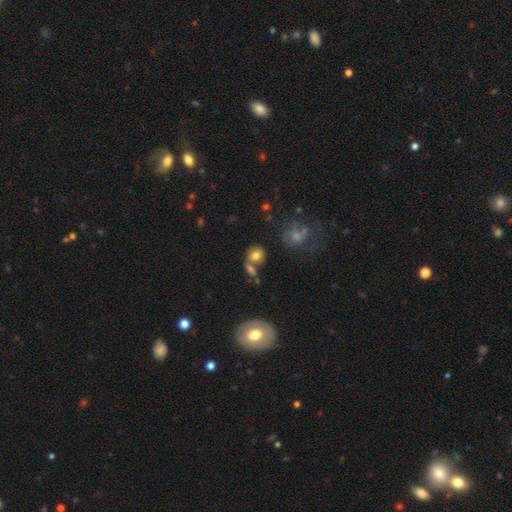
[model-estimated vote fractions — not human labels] Smooth or featured?
  - smooth: 74% *
  - featured or disk: 13%
  - star or artifact: 13%
How rounded?
  - round: 70% *
  - in between: 29%
  - cigar-shaped: 2%
Merging?
  - none: 50% *
  - merger: 32%
  - minor disturbance: 12%
  - major disturbance: 6%